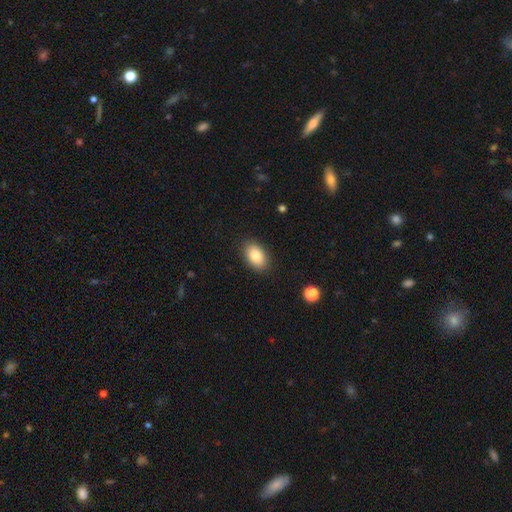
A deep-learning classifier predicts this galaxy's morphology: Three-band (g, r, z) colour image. It shows a smooth galaxy with no disk features (85%) that is in between round and cigar-shaped (90%). Merging: none (88%).